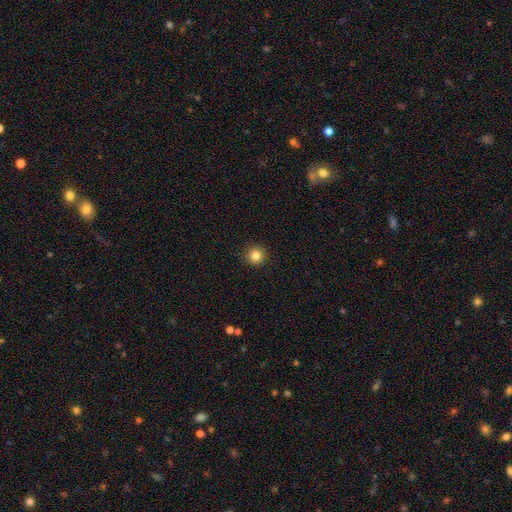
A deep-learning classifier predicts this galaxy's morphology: Smooth or featured: smooth — 83% (star or artifact — 11%)
How rounded: round — 94% (in between — 5%)
Merging: none — 92% (minor disturbance — 5%)